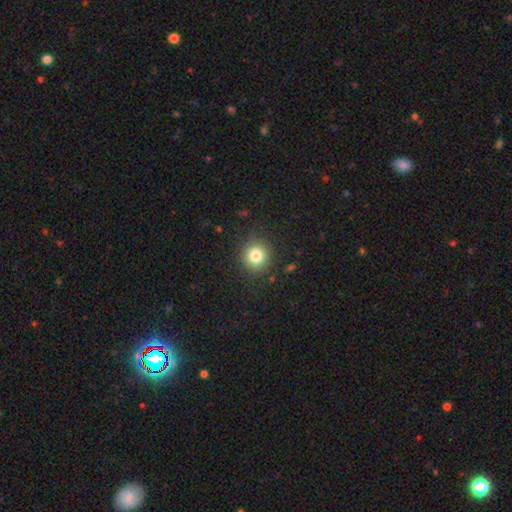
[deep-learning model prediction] A smooth galaxy with no disk features (81%) that is round (91%).

Vote fractions:
- Smooth or featured? smooth: 81% / star or artifact: 12% / featured or disk: 7%
- How rounded? round: 91% / in between: 8% / cigar-shaped: 1%
- Merging? none: 88% / minor disturbance: 8% / major disturbance: 3% / merger: 1%